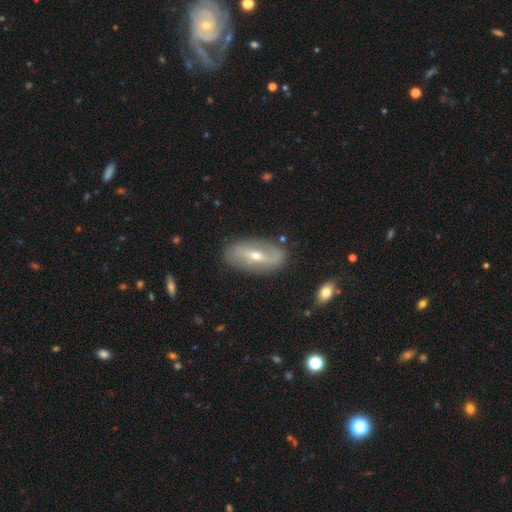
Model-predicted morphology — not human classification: featured or disk 72%, smooth 21%, star or artifact 7%. Down the decision tree: edge-on disk — no (85%); bar — strong (48%); spiral arms — yes (63%); bulge size — moderate (52%); merging — none (83%).